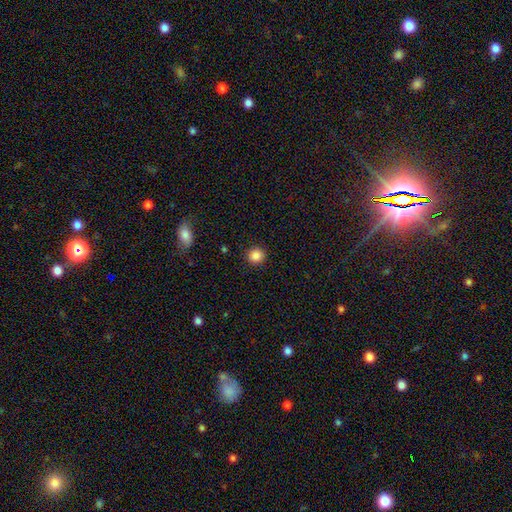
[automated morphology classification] type=smooth (86%); roundness=round (92%); merging=none (91%).